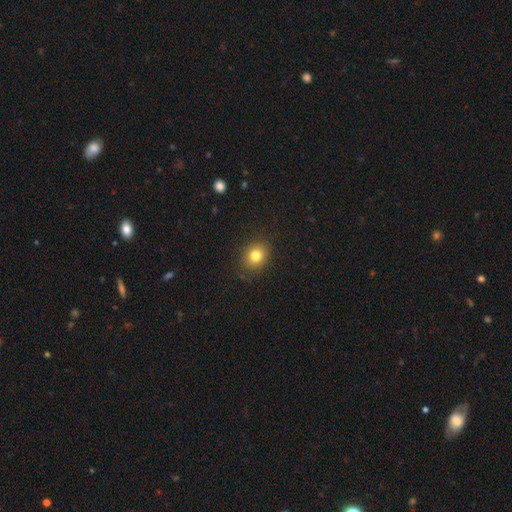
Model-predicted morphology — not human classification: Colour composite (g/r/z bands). It shows a smooth galaxy with no disk features (81%) that is round (68%). Merging: none (88%).